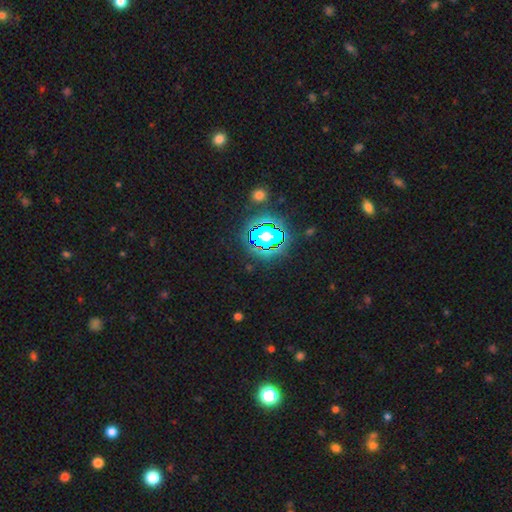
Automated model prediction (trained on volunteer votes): Smooth or featured: star or artifact — 80% (smooth — 12%)